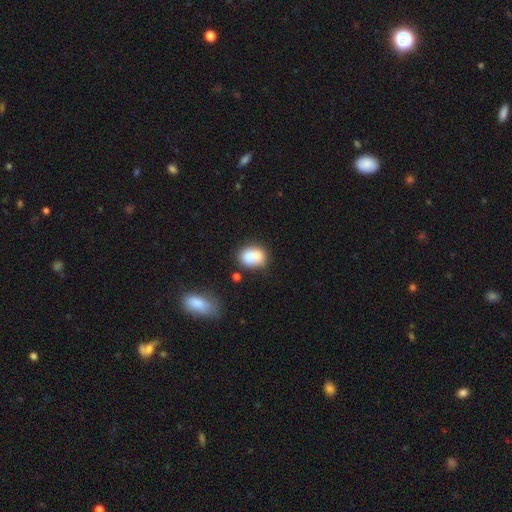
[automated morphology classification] smooth 72%, featured or disk 19%, star or artifact 9%. Down the decision tree: how rounded — in between (52%); merging — merger (54%).